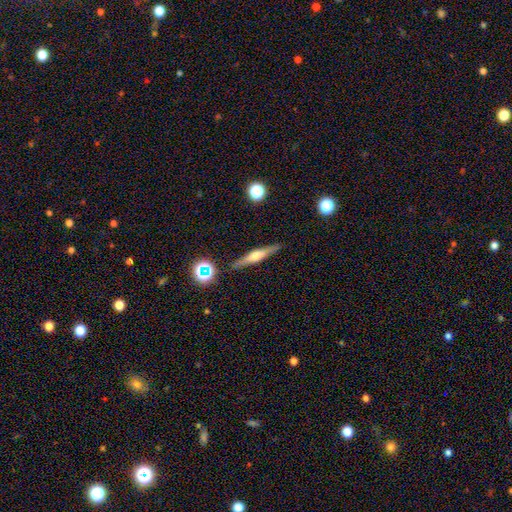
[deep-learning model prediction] Smooth or featured? Predicted: featured or disk (p=0.63). Edge-on disk? Predicted: yes (p=0.96). Edge-on bulge? Predicted: rounded (p=0.84). Merging? Predicted: none (p=0.89).